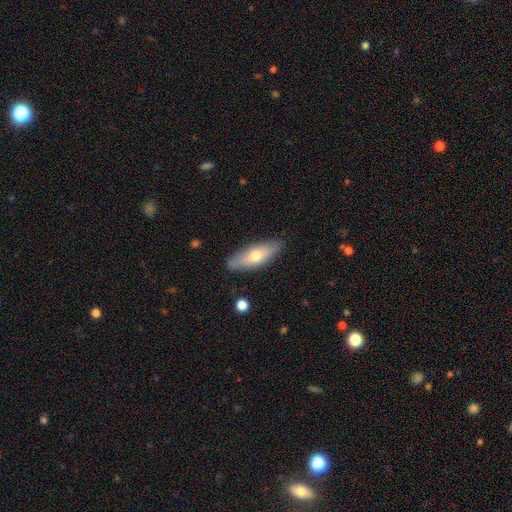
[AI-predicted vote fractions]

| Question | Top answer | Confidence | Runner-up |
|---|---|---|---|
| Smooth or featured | smooth | 61% | featured or disk (33%) |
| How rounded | in between | 59% | cigar-shaped (39%) |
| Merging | none | 85% | minor disturbance (12%) |